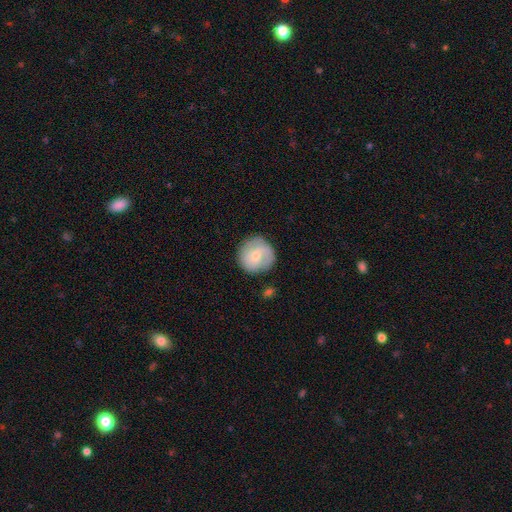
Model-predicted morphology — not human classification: This is possibly a smooth galaxy (59%). How rounded: clearly round (93%). Merging: likely none (79%).